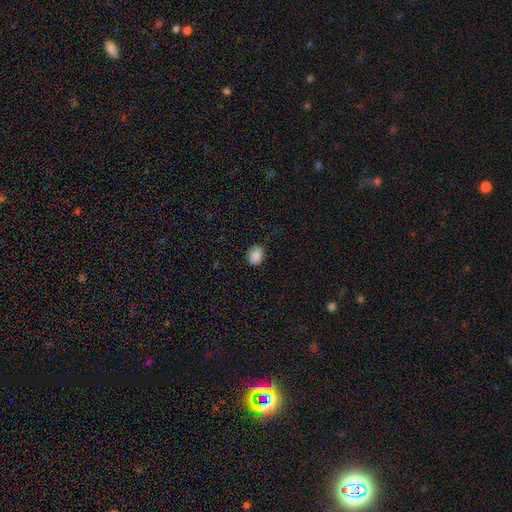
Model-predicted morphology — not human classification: Smooth or featured? smooth (88%)
How rounded? in between (62%)
Merging? none (81%)